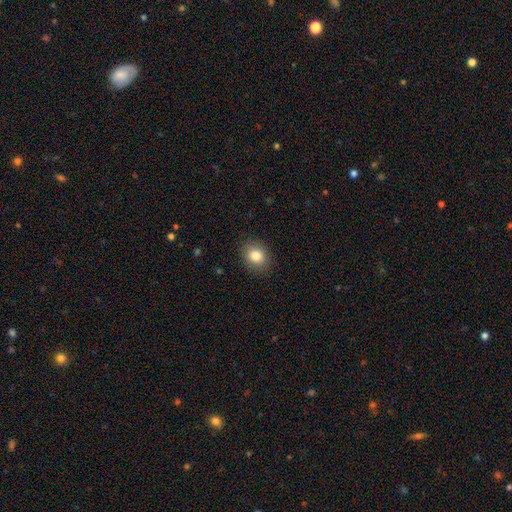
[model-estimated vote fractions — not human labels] smooth 83%, star or artifact 10%, featured or disk 7%. Down the decision tree: how rounded — round (57%); merging — none (88%).